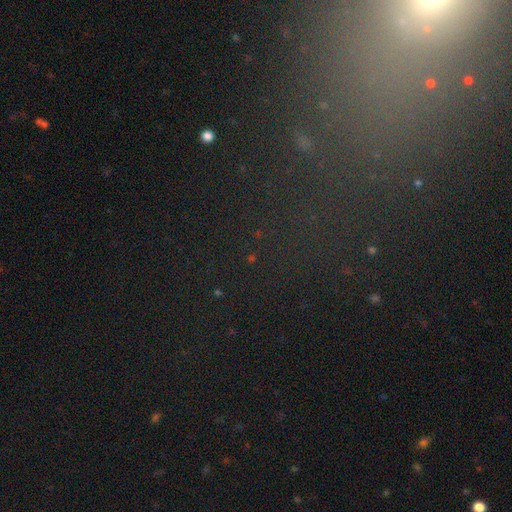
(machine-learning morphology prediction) This appears to be a star or artifact, not a galaxy (64%).